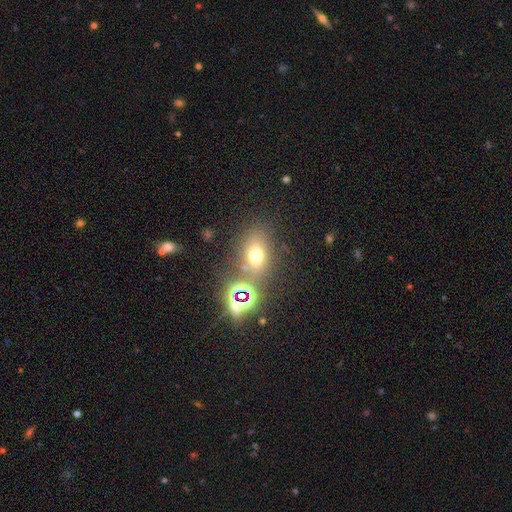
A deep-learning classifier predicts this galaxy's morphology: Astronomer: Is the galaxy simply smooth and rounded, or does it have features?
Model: smooth — 61%.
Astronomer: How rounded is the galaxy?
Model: in between — 62%.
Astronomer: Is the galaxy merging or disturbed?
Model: none — 71%.